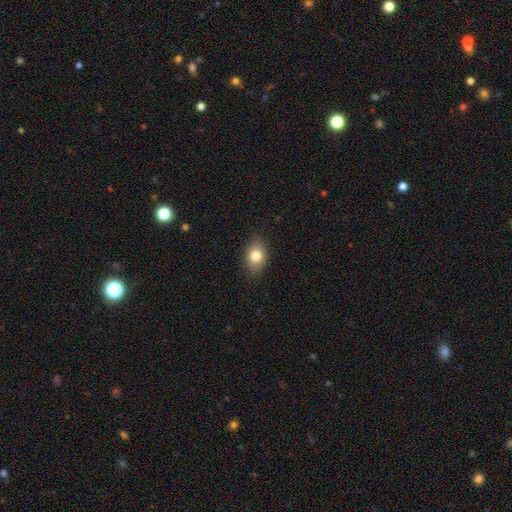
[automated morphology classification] smooth-or-featured: smooth: 81% | featured or disk: 10% | star or artifact: 9%
  how-rounded: in between: 73% | round: 26% | cigar-shaped: 2%
  merging: none: 82% | minor disturbance: 14% | major disturbance: 3% | merger: 1%